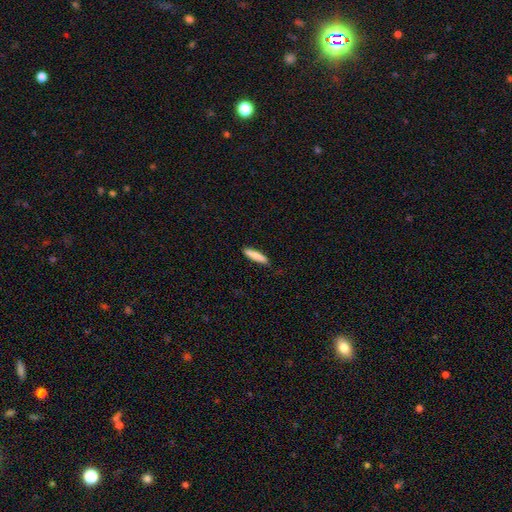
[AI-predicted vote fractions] Smooth or featured? smooth (84%)
How rounded? cigar-shaped (84%)
Merging? none (85%)